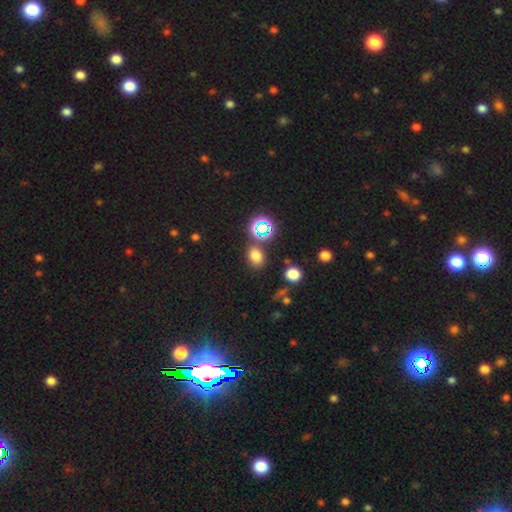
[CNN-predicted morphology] This is likely a smooth galaxy (70%). How rounded: possibly in between (55%). Merging: likely none (78%).